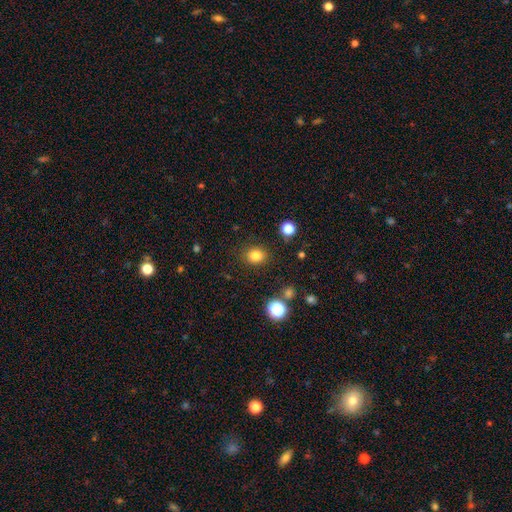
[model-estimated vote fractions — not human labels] smooth-or-featured: smooth: 82% | star or artifact: 13% | featured or disk: 5%
  how-rounded: round: 64% | in between: 35% | cigar-shaped: 1%
  merging: none: 87% | minor disturbance: 8% | major disturbance: 3% | merger: 2%